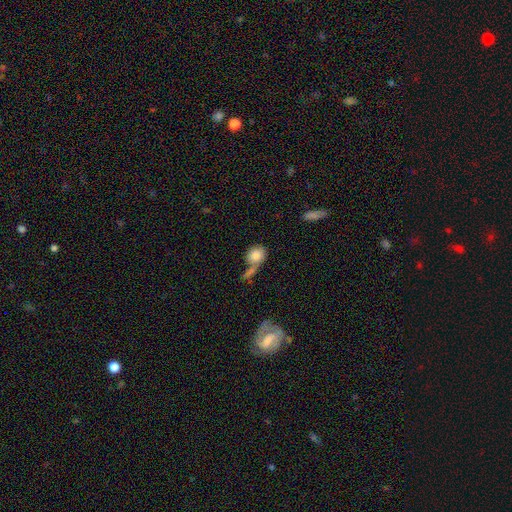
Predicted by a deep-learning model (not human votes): This is clearly a smooth galaxy (84%). How rounded: possibly round (60%). Merging: marginally none (41%).